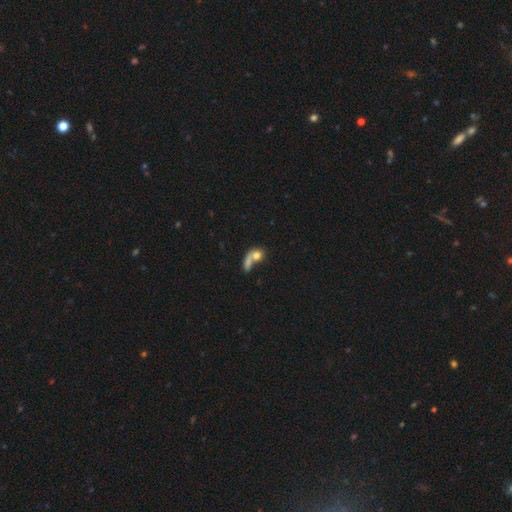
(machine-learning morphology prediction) smooth-or-featured: smooth: 65% | featured or disk: 25% | star or artifact: 11%
  how-rounded: round: 51% | in between: 42% | cigar-shaped: 7%
  merging: merger: 50% | none: 26% | major disturbance: 15% | minor disturbance: 9%